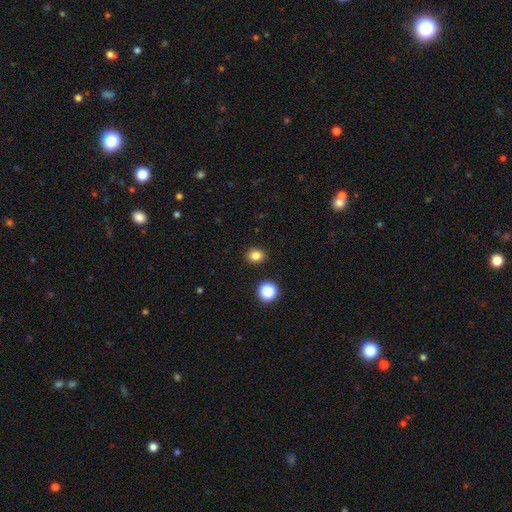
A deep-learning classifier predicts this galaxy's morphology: smooth-or-featured: smooth: 81% | star or artifact: 13% | featured or disk: 5%
  how-rounded: round: 66% | in between: 33% | cigar-shaped: 1%
  merging: none: 89% | minor disturbance: 7% | major disturbance: 2% | merger: 2%